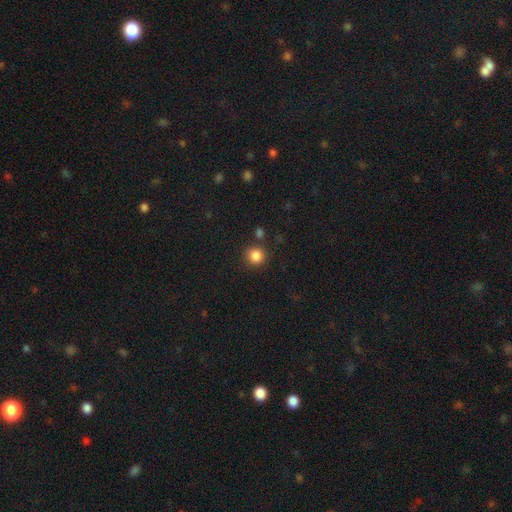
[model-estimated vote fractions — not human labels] A smooth galaxy with no disk features (85%) that is round (92%). Merging: none (84%).